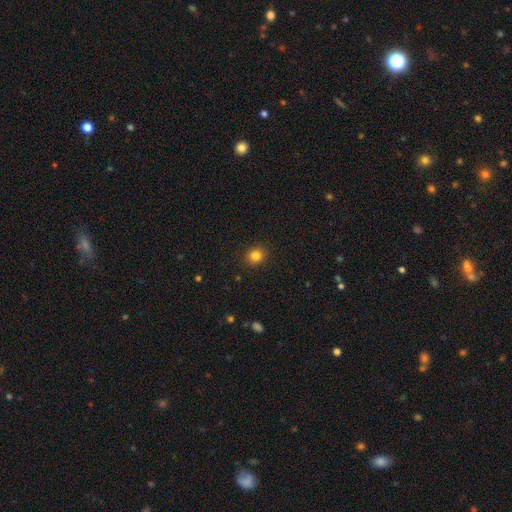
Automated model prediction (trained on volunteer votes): The model was most divided on "how rounded": round: 82%, in between: 17%, cigar-shaped: 1%. More confident: merging — none (91%); smooth or featured — smooth (83%).